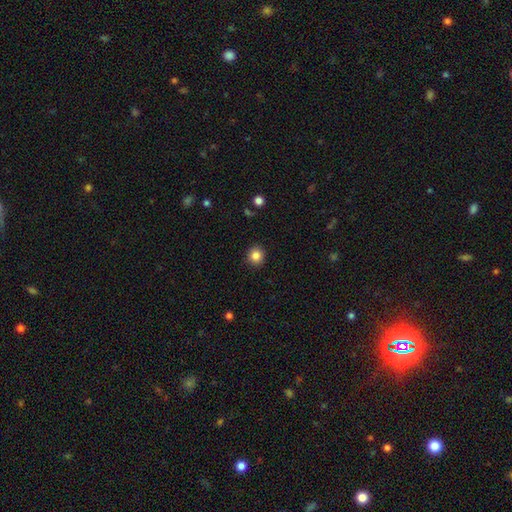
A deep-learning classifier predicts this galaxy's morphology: This is clearly a smooth galaxy (85%). How rounded: clearly round (92%). Merging: clearly none (91%).